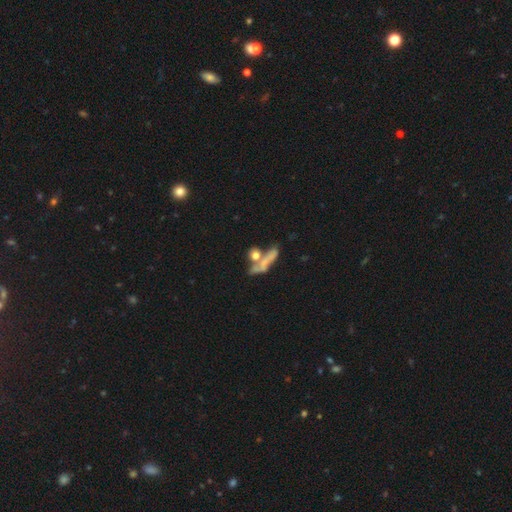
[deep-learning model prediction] A smooth galaxy with no disk features (62%) that is round (42%).

Vote fractions:
- Smooth or featured? smooth: 62% / featured or disk: 26% / star or artifact: 12%
- How rounded? round: 42% / in between: 31% / cigar-shaped: 27%
- Merging? merger: 40% / none: 38% / minor disturbance: 12% / major disturbance: 10%